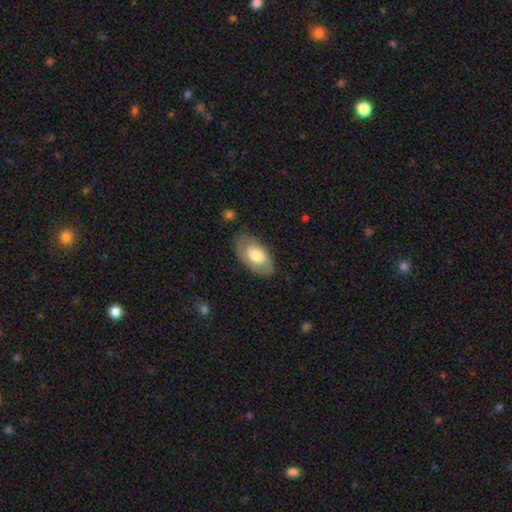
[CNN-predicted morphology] Q: Smooth or featured?
A: smooth (56%); runner-up: featured or disk (39%)
Q: How rounded?
A: in between (93%); runner-up: round (5%)
Q: Merging?
A: none (76%); runner-up: minor disturbance (17%)